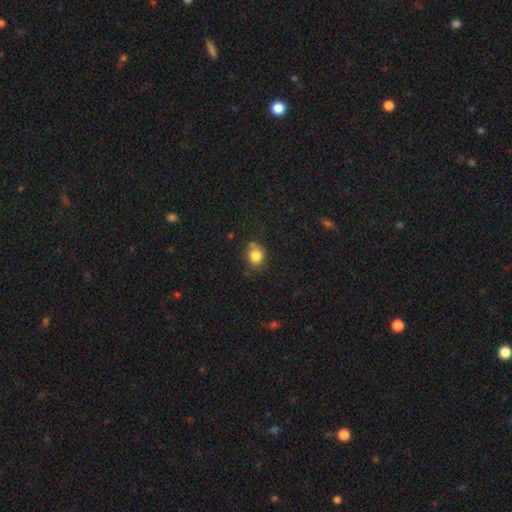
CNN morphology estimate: smooth-or-featured: smooth: 82% | star or artifact: 11% | featured or disk: 7%
  how-rounded: round: 74% | in between: 26% | cigar-shaped: 1%
  merging: none: 65% | minor disturbance: 19% | merger: 10% | major disturbance: 5%